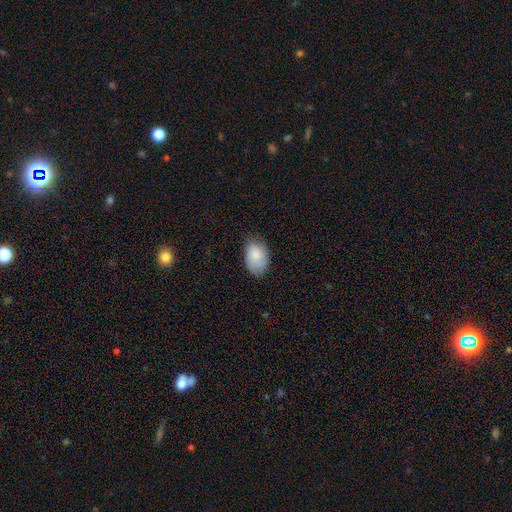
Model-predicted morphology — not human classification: Smooth or featured? Predicted: smooth (p=0.84). How rounded? Predicted: in between (p=0.87). Merging? Predicted: none (p=0.67).